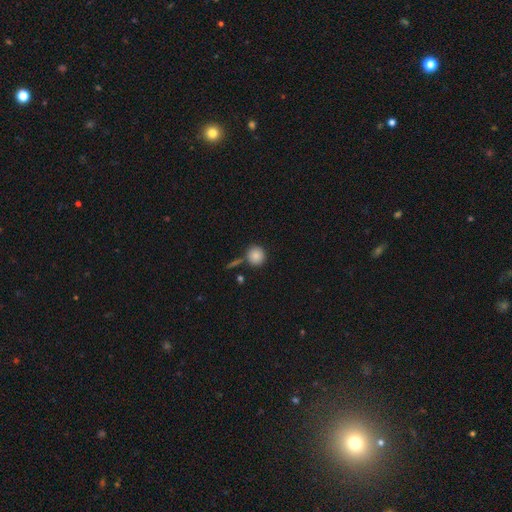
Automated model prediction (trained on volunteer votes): Overall: smooth (85%). How rounded: round (90%). Merging: none (75%).